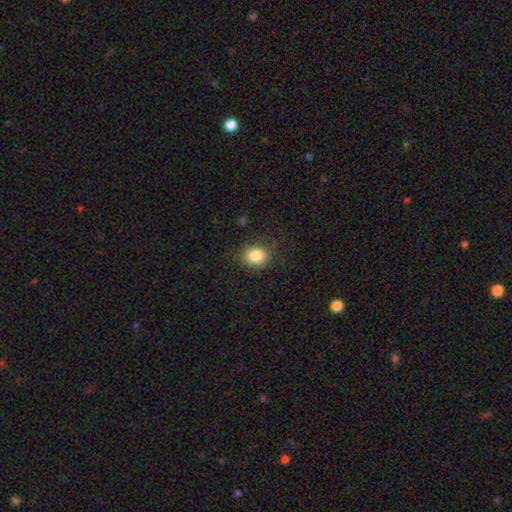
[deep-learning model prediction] smooth 84%, star or artifact 10%, featured or disk 6%. Down the decision tree: how rounded — round (61%); merging — none (84%).